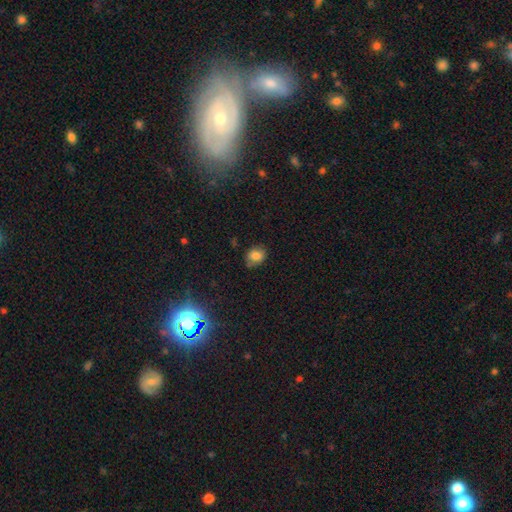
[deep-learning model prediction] This appears to be a smooth galaxy with no disk features (80%) that is in between round and cigar-shaped (51%). Merging: none (70%).